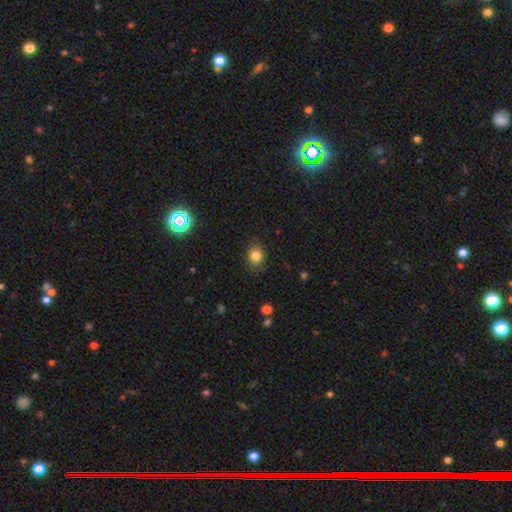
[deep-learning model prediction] Smooth or featured? Predicted: smooth (p=0.80). How rounded? Predicted: round (p=0.61). Merging? Predicted: none (p=0.79).